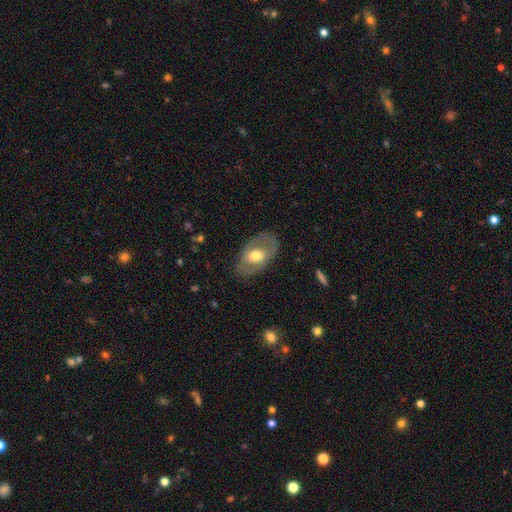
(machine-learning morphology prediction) featured or disk 51%, smooth 43%, star or artifact 6%. Down the decision tree: edge-on disk — no (90%); merging — none (76%).